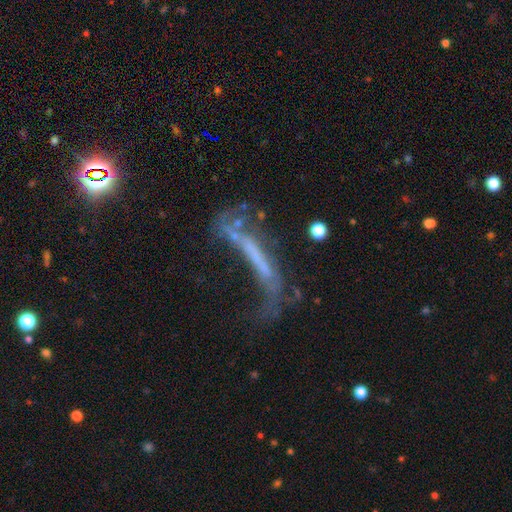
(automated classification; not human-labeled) Q: Smooth or featured?
A: featured or disk (57%); runner-up: smooth (26%)
Q: Edge-on disk?
A: no (57%); runner-up: yes (43%)
Q: Merging?
A: major disturbance (43%); runner-up: none (27%)